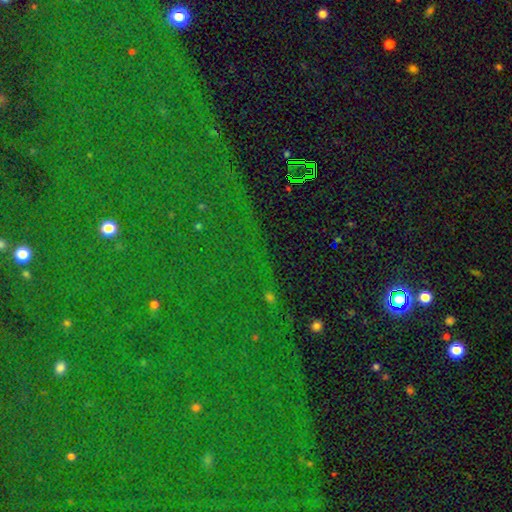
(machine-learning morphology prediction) A star or artifact, not a galaxy (86%).